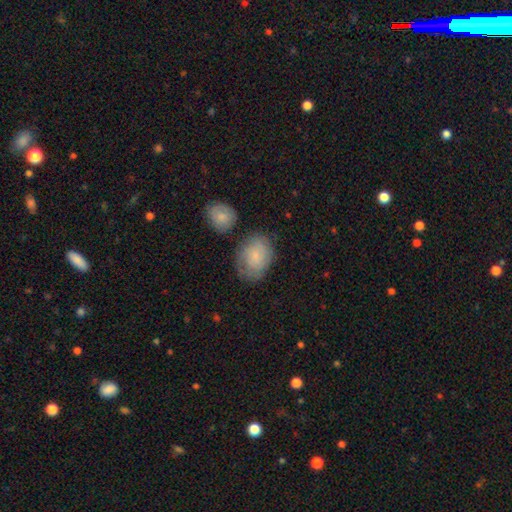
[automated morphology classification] Q: Smooth or featured?
A: smooth (69%); runner-up: featured or disk (24%)
Q: How rounded?
A: in between (71%); runner-up: round (28%)
Q: Merging?
A: none (66%); runner-up: minor disturbance (21%)